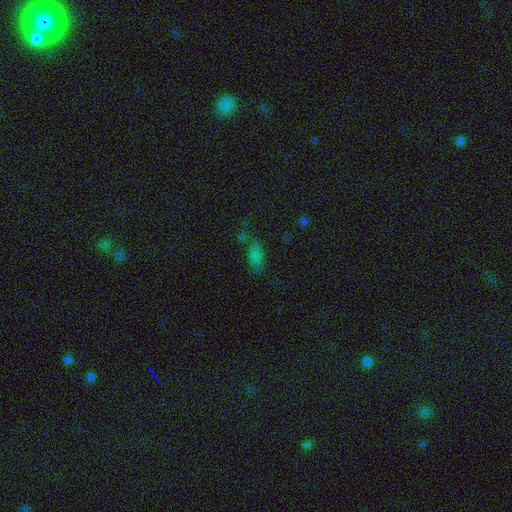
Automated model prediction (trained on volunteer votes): A smooth galaxy with no disk features (75%) that is in between round and cigar-shaped (83%). Merging: none (62%).